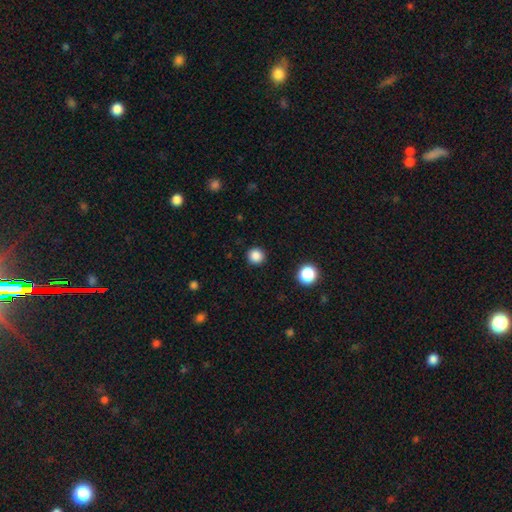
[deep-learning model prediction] Q: Smooth or featured?
A: smooth (86%); runner-up: star or artifact (12%)
Q: How rounded?
A: round (95%); runner-up: in between (5%)
Q: Merging?
A: none (91%); runner-up: minor disturbance (5%)